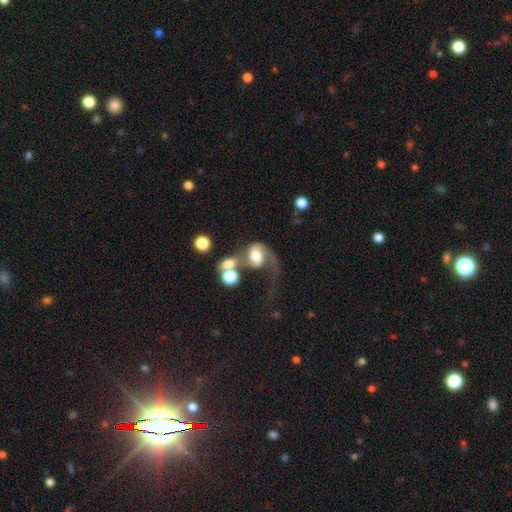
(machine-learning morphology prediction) smooth_or_featured: featured or disk (p=0.62) [alt: smooth p=0.29]
disk_edge_on: no (p=0.97) [alt: yes p=0.03]
bar: no (p=0.56) [alt: weak p=0.32]
has_spiral_arms: yes (p=0.85) [alt: no p=0.15]
spiral_winding: loose (p=0.69) [alt: medium p=0.24]
spiral_arm_count: 1 (p=0.54) [alt: 2 p=0.39]
bulge_size: moderate (p=0.44) [alt: large p=0.34]
merging: merger (p=0.37) [alt: major disturbance p=0.36]